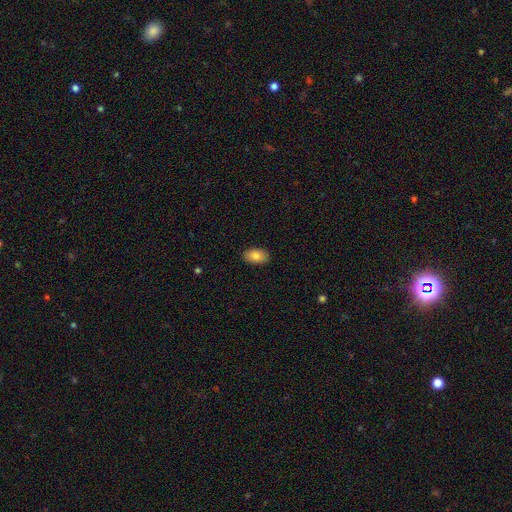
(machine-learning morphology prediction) This appears to be a smooth galaxy with no disk features (84%) that is in between round and cigar-shaped (93%). Merging: none (89%).